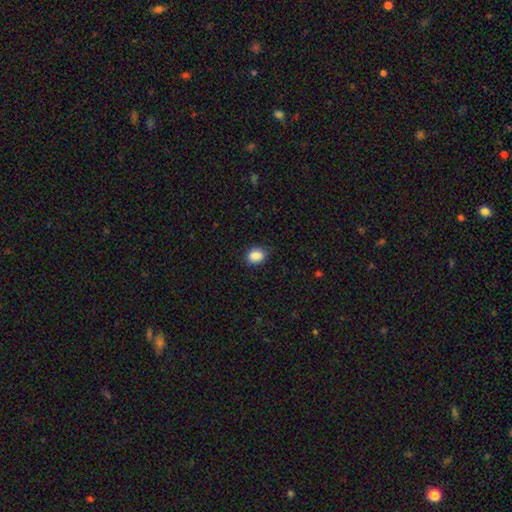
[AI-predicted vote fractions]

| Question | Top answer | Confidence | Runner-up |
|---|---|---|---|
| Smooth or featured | smooth | 88% | star or artifact (8%) |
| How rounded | in between | 61% | round (38%) |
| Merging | none | 84% | minor disturbance (12%) |